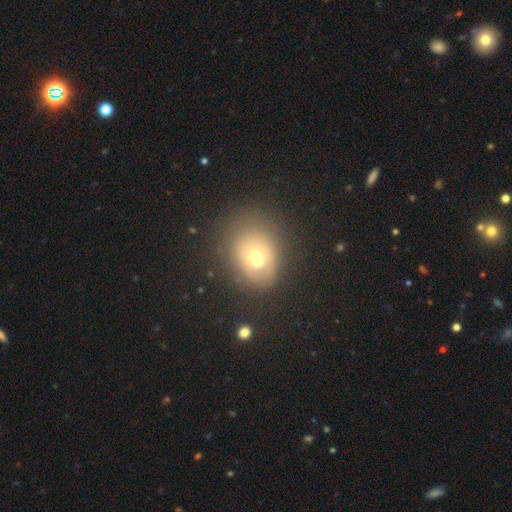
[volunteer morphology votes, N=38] smooth 55%, featured or disk 37%, star or artifact 8%. Down the decision tree: how rounded — in between (57%); merging — merger (57%).